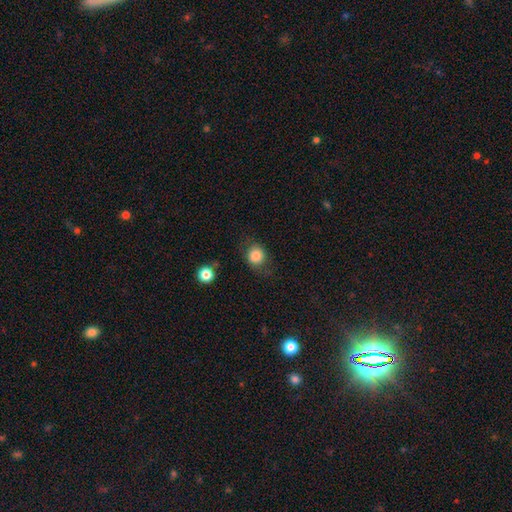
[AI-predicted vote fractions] A smooth galaxy with no disk features (84%) that is round (78%).

Vote fractions:
- Smooth or featured? smooth: 84% / star or artifact: 9% / featured or disk: 7%
- How rounded? round: 78% / in between: 21% / cigar-shaped: 1%
- Merging? none: 71% / minor disturbance: 18% / major disturbance: 8% / merger: 3%